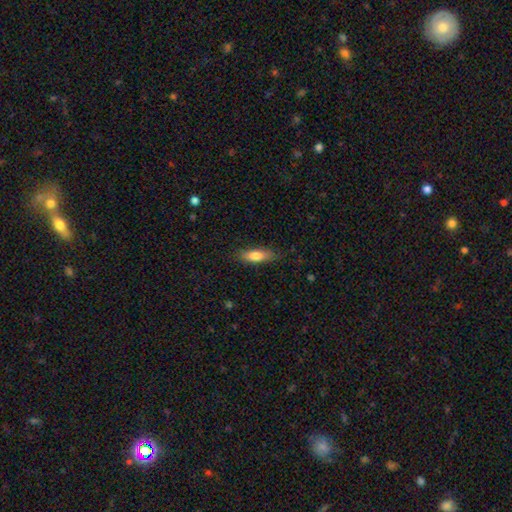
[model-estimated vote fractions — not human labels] Smooth or featured? Predicted: smooth (p=0.75). How rounded? Predicted: in between (p=0.56). Merging? Predicted: none (p=0.81).